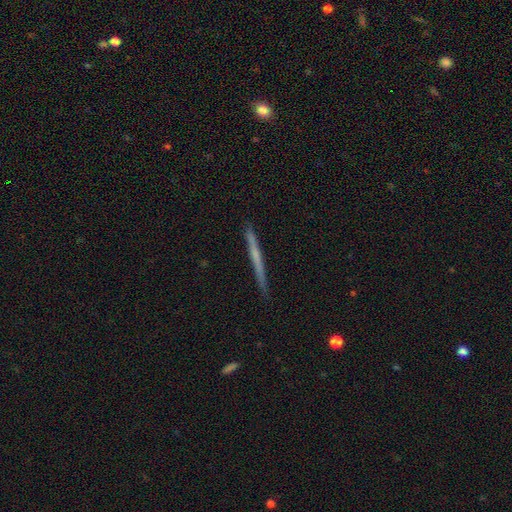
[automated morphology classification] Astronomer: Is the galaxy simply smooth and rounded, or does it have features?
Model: featured or disk — 53% (runner-up: smooth, 41%).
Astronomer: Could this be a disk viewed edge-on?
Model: yes — 98%.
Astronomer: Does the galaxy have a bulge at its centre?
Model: none — 83%.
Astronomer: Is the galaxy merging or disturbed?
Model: none — 89%.